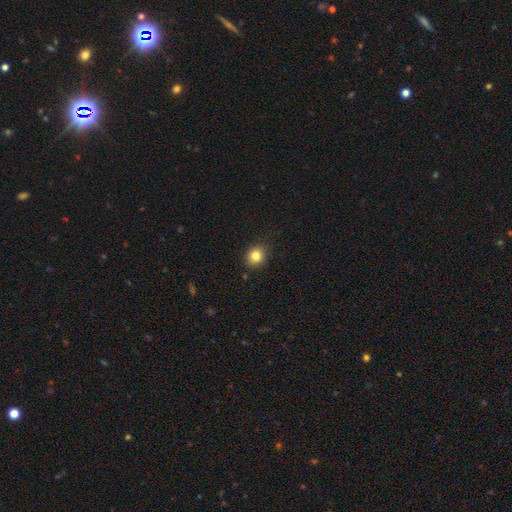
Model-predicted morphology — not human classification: The model was most divided on "how rounded": round: 71%, in between: 28%, cigar-shaped: 1%. More confident: merging — none (87%); smooth or featured — smooth (83%).